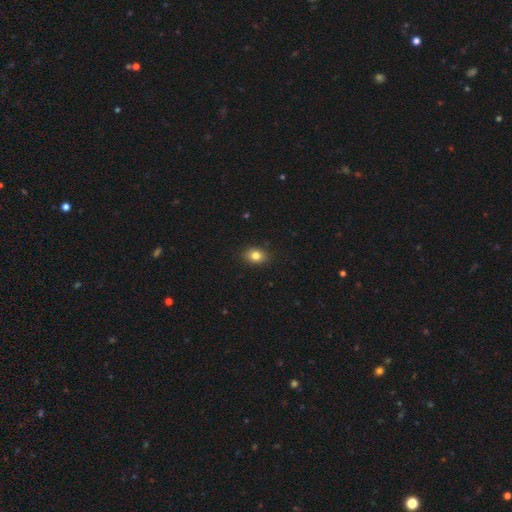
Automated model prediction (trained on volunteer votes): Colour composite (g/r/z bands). It shows a smooth galaxy with no disk features (82%) that is in between round and cigar-shaped (64%). Merging: none (88%).